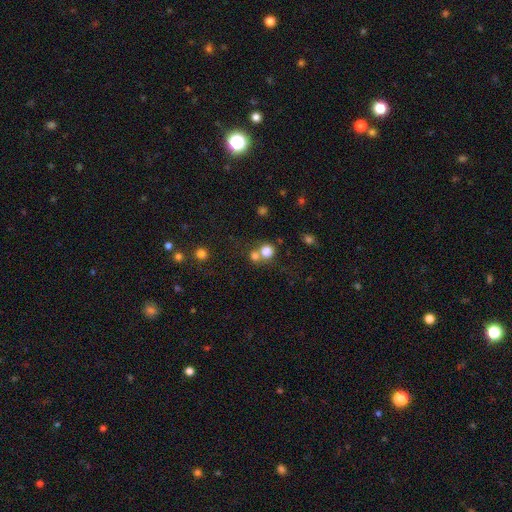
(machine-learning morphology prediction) Smooth or featured?
  - smooth: 76% *
  - star or artifact: 15%
  - featured or disk: 10%
How rounded?
  - round: 87% *
  - in between: 12%
  - cigar-shaped: 1%
Merging?
  - none: 50% *
  - merger: 41%
  - minor disturbance: 6%
  - major disturbance: 3%